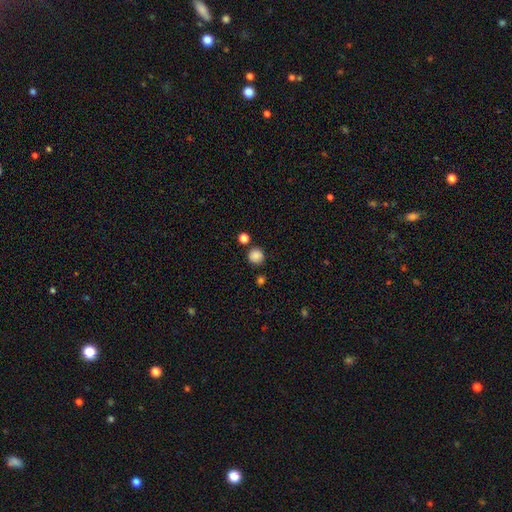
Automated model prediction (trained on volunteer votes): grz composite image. It shows a smooth galaxy with no disk features (85%) that is round (92%). Merging: none (83%).